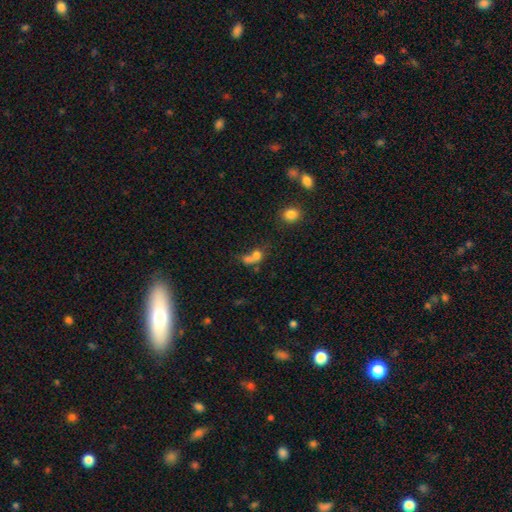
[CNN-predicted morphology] This appears to be a smooth galaxy with no disk features (69%) that is round (57%). Merging: merger (62%).